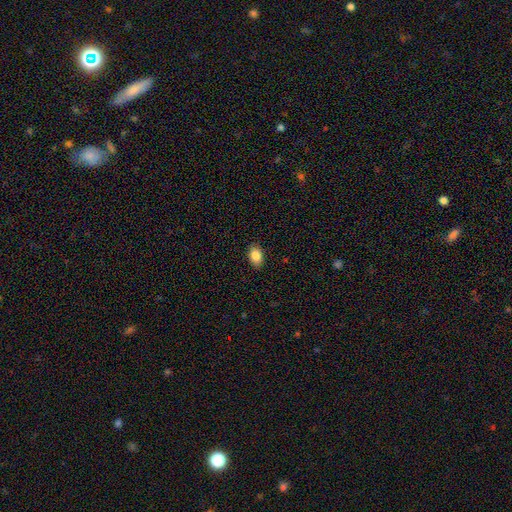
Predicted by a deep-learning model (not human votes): Morphology: type=smooth (86%); roundness=in between (85%); merging=none (88%).